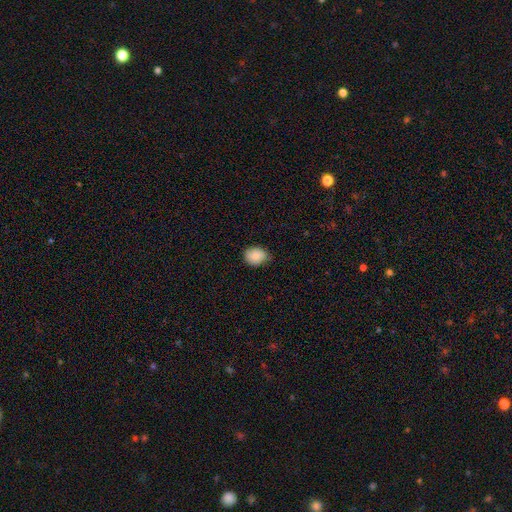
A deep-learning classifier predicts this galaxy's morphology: type=smooth (85%); roundness=round (52%); merging=none (64%).